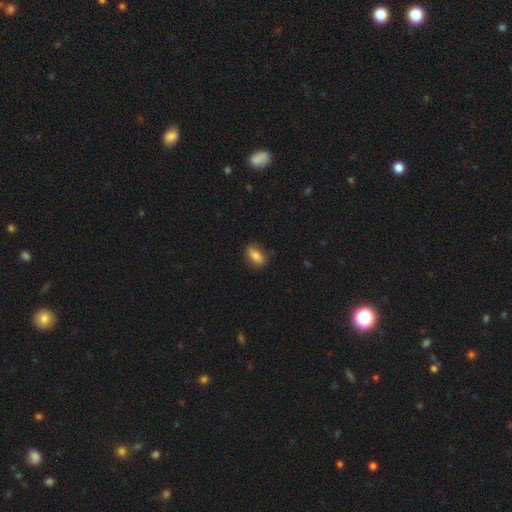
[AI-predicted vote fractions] Morphology: type=smooth (77%); roundness=in between (80%); merging=none (81%).